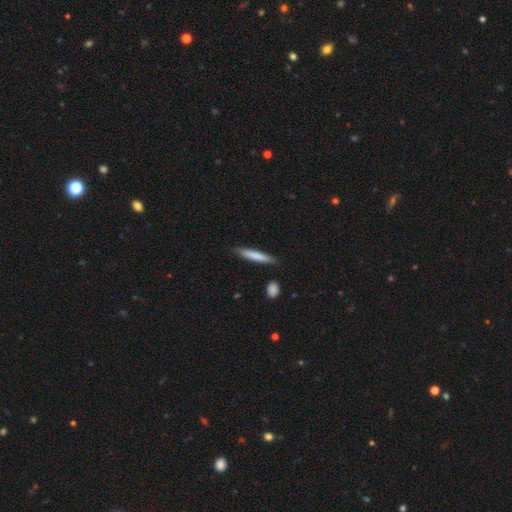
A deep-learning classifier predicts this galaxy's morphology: Smooth or featured? smooth (77%)
How rounded? cigar-shaped (92%)
Merging? none (86%)